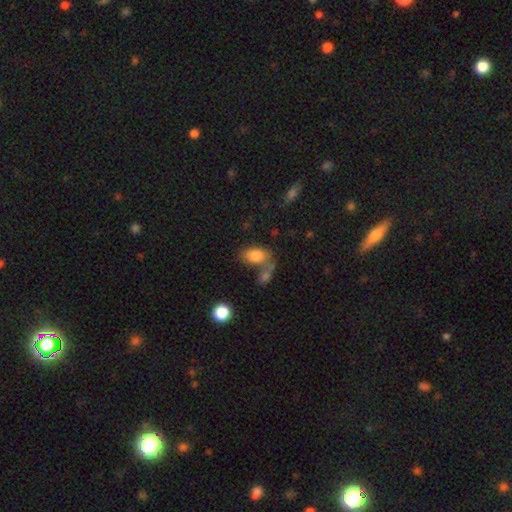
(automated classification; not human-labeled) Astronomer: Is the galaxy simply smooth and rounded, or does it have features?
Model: smooth — 79%.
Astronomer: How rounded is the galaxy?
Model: in between — 87%.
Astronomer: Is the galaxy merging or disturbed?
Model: merger — 42% (runner-up: none, 34%).